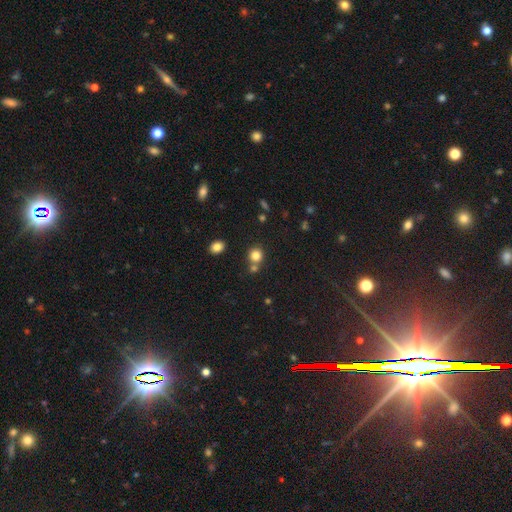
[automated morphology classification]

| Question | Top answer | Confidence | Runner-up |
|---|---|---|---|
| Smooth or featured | smooth | 81% | star or artifact (13%) |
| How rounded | round | 86% | in between (13%) |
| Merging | none | 65% | merger (23%) |